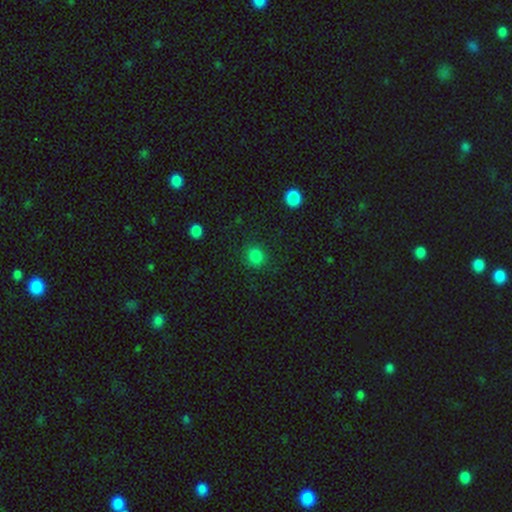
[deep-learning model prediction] The model was most divided on "how rounded": round: 82%, in between: 17%, cigar-shaped: 1%. More confident: merging — none (84%); smooth or featured — smooth (83%).